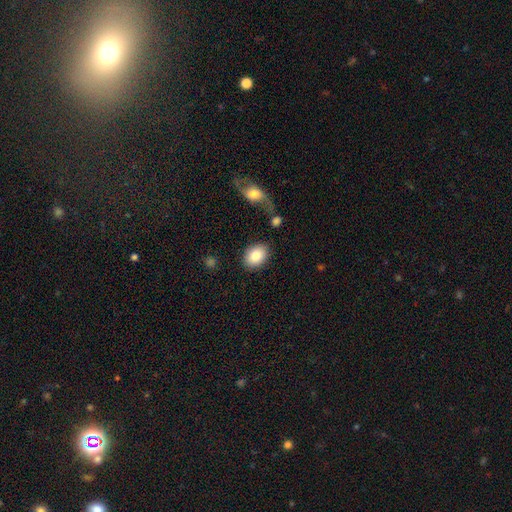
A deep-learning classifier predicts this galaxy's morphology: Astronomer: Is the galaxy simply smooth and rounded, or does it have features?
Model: smooth — 85%.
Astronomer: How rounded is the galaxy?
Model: in between — 74%.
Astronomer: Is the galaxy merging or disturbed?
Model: none — 83%.